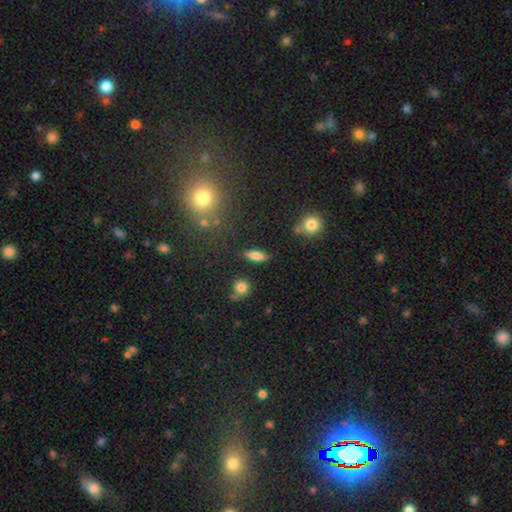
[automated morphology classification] Q: Smooth or featured?
A: smooth (78%); runner-up: featured or disk (13%)
Q: How rounded?
A: in between (63%); runner-up: cigar-shaped (32%)
Q: Merging?
A: none (83%); runner-up: minor disturbance (11%)